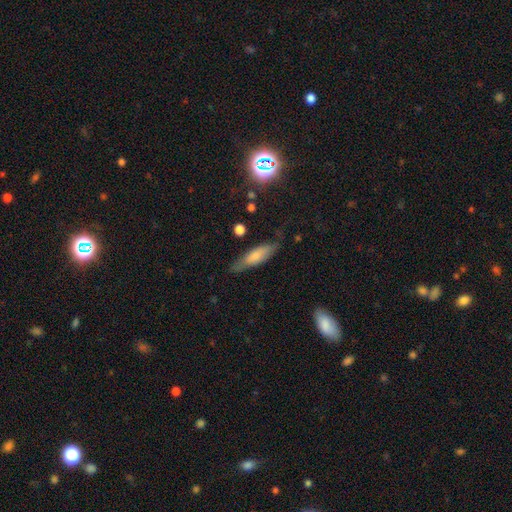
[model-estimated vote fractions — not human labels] Smooth or featured?
  - smooth: 66% *
  - featured or disk: 28%
  - star or artifact: 6%
How rounded?
  - cigar-shaped: 56% *
  - in between: 42%
  - round: 2%
Merging?
  - none: 68% *
  - minor disturbance: 23%
  - major disturbance: 6%
  - merger: 2%